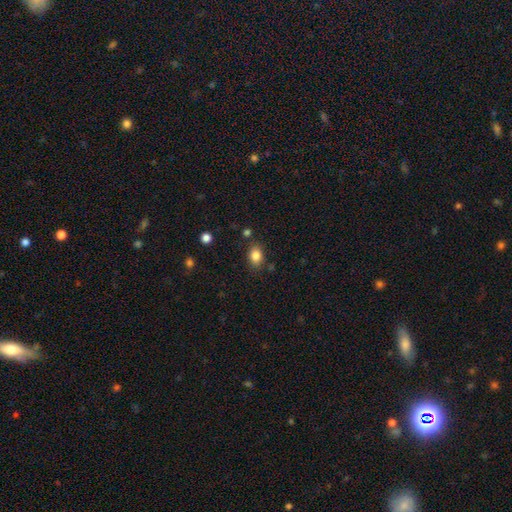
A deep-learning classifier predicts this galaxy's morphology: smooth_or_featured: smooth (p=0.85) [alt: star or artifact p=0.10]
how_rounded: in between (p=0.67) [alt: round p=0.32]
merging: none (p=0.80) [alt: minor disturbance p=0.13]